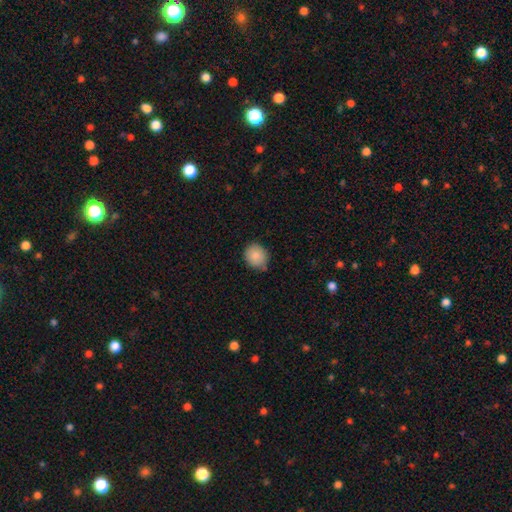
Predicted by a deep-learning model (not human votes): Overall: smooth (86%). How rounded: round (72%). Merging: none (75%).